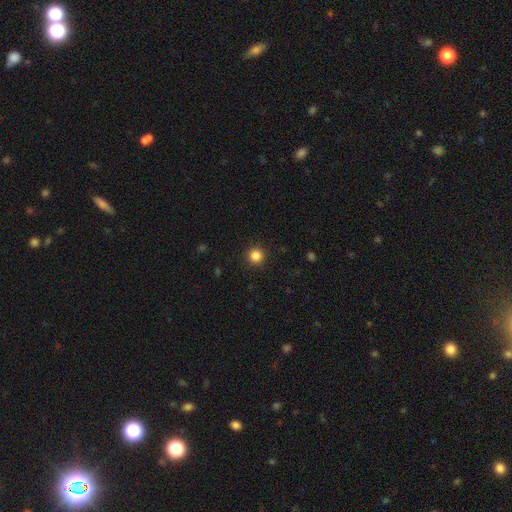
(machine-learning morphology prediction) Smooth or featured? smooth (85%)
How rounded? round (96%)
Merging? none (93%)